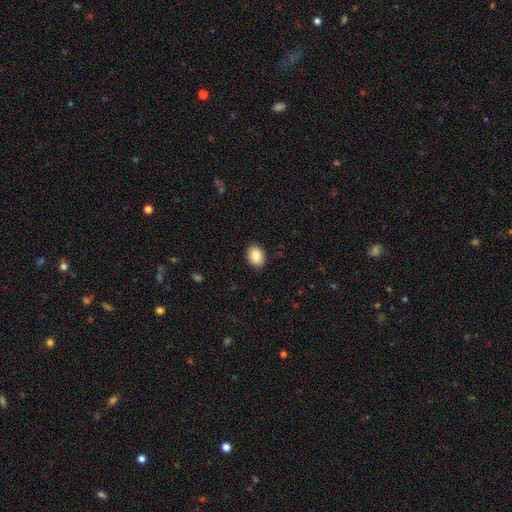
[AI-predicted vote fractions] smooth 86%, star or artifact 8%, featured or disk 7%. Down the decision tree: how rounded — in between (71%); merging — none (90%).